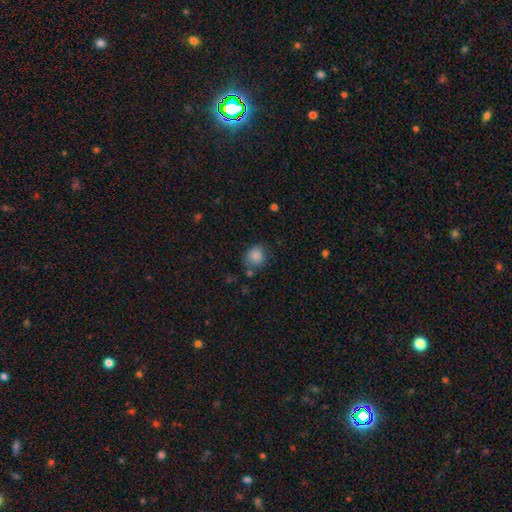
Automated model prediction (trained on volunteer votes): A smooth galaxy with no disk features (85%) that is round (77%). Merging: none (72%).